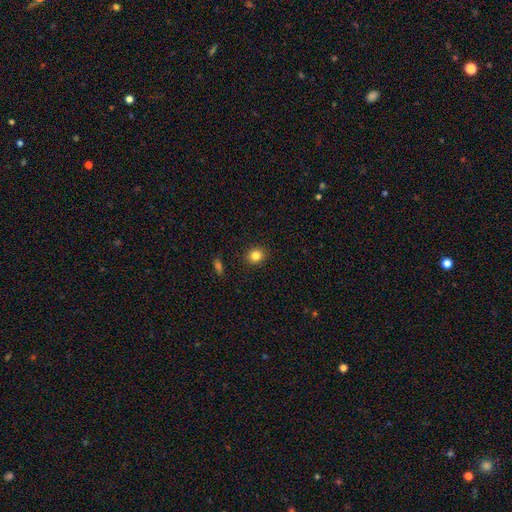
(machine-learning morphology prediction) Smooth or featured: smooth — 83% (star or artifact — 11%)
How rounded: round — 79% (in between — 20%)
Merging: none — 91% (minor disturbance — 6%)